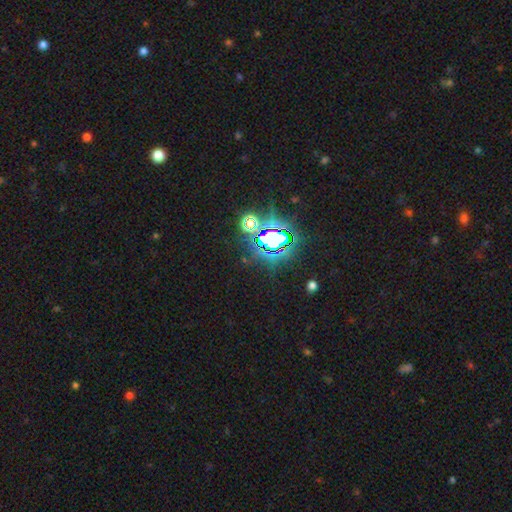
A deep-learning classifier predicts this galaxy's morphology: Q: Smooth or featured?
A: star or artifact (85%); runner-up: smooth (9%)